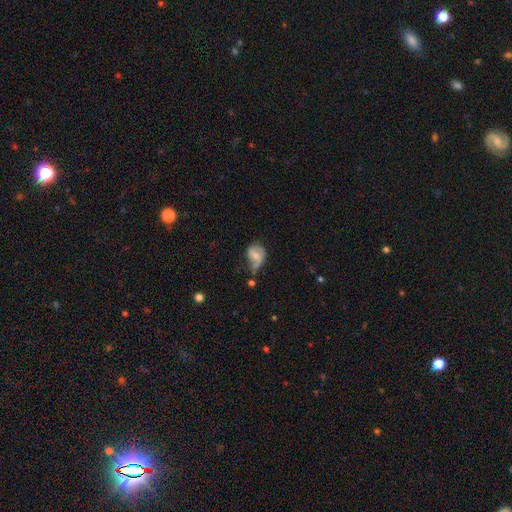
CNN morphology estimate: A smooth galaxy with no disk features (50%).

Vote fractions:
- Smooth or featured? smooth: 50% / featured or disk: 41% / star or artifact: 9%
- Merging? minor disturbance: 32% / major disturbance: 31% / none: 26% / merger: 11%